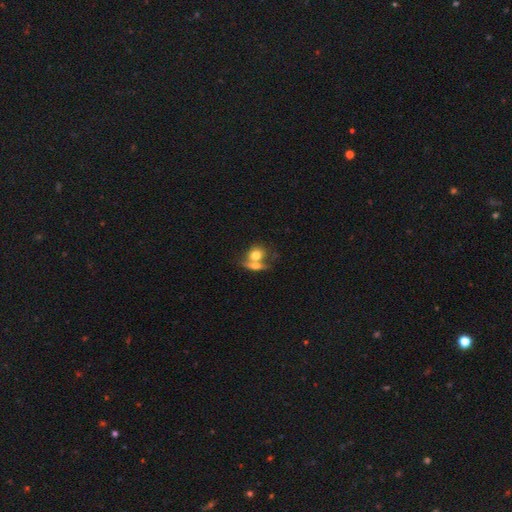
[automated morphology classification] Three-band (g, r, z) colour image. It shows a smooth galaxy with no disk features (69%) that is round (58%). Merging: merger (60%).